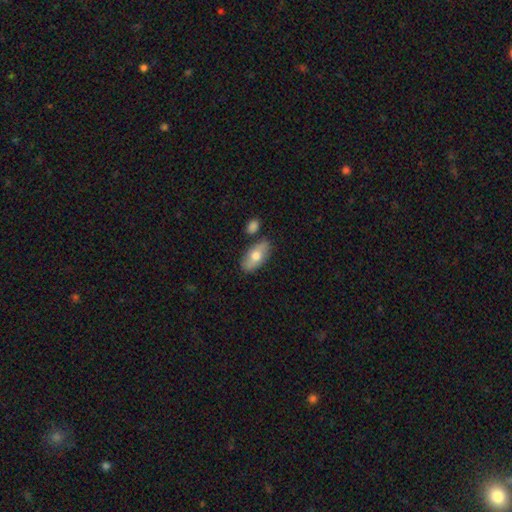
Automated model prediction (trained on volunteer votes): A smooth galaxy with no disk features (67%) that is in between round and cigar-shaped (91%). Merging: none (78%).